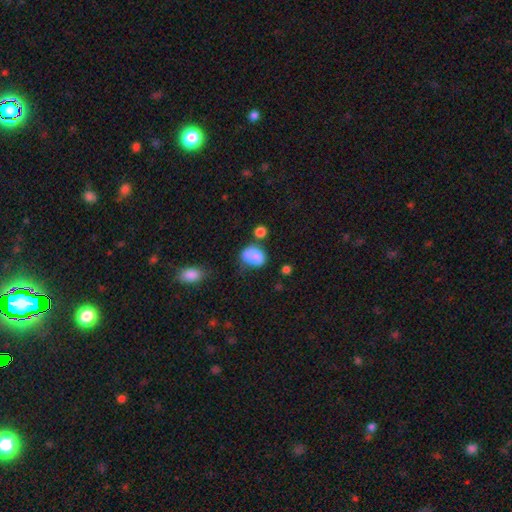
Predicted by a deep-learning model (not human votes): smooth_or_featured: smooth (p=0.76) [alt: featured or disk p=0.14]
how_rounded: in between (p=0.66) [alt: round p=0.33]
merging: none (p=0.34) [alt: merger p=0.26]